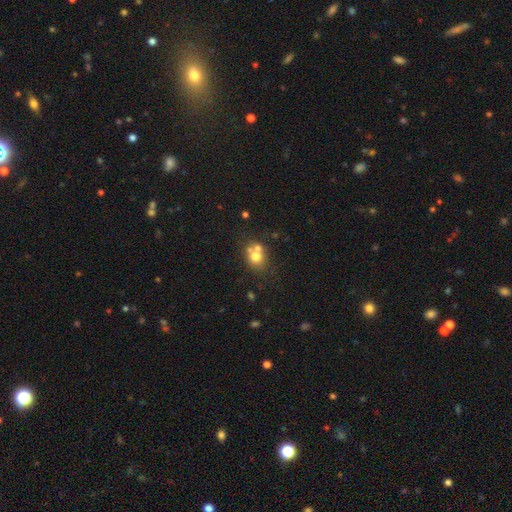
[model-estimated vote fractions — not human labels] smooth_or_featured: smooth (p=0.69) [alt: featured or disk p=0.17]
how_rounded: round (p=0.70) [alt: in between p=0.29]
merging: none (p=0.47) [alt: merger p=0.38]